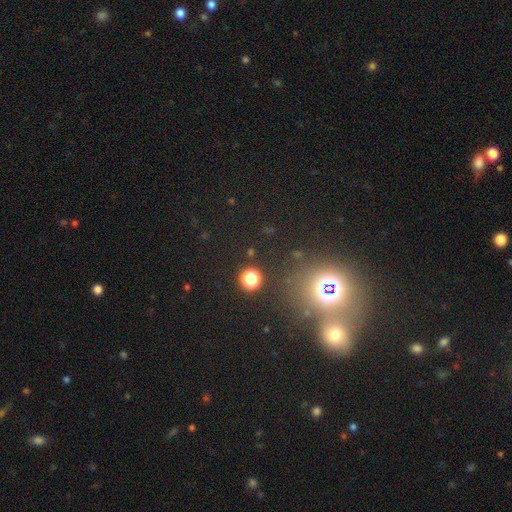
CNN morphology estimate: Smooth or featured? Predicted: star or artifact (p=0.56).